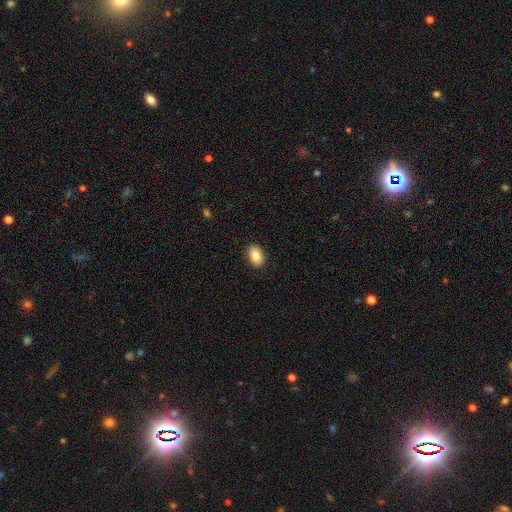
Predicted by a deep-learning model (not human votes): Q: Smooth or featured?
A: smooth (87%); runner-up: star or artifact (7%)
Q: How rounded?
A: in between (87%); runner-up: round (12%)
Q: Merging?
A: none (90%); runner-up: minor disturbance (8%)